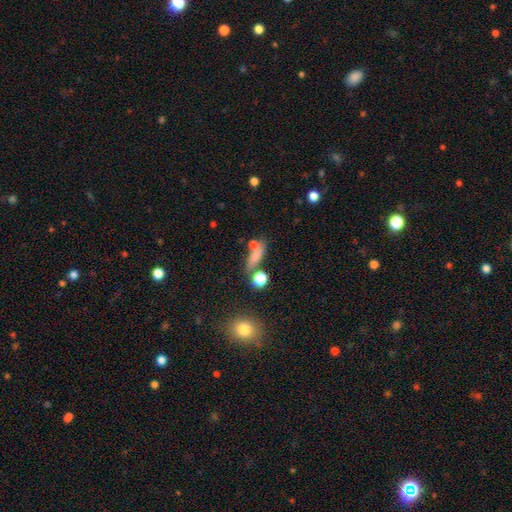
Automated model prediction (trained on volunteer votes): Q: Smooth or featured?
A: smooth (71%); runner-up: featured or disk (14%)
Q: How rounded?
A: cigar-shaped (46%); runner-up: in between (41%)
Q: Merging?
A: none (59%); runner-up: merger (18%)